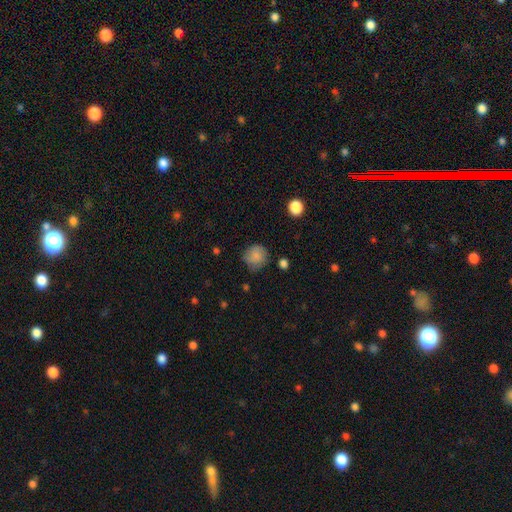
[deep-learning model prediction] smooth_or_featured: smooth (p=0.80) [alt: featured or disk p=0.12]
how_rounded: round (p=0.85) [alt: in between p=0.15]
merging: none (p=0.67) [alt: minor disturbance p=0.24]